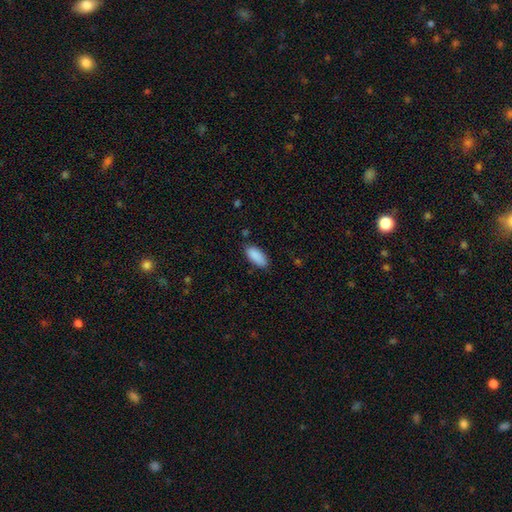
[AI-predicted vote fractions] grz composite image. It shows a smooth galaxy with no disk features (90%) that is in between round and cigar-shaped (86%). Merging: none (81%).